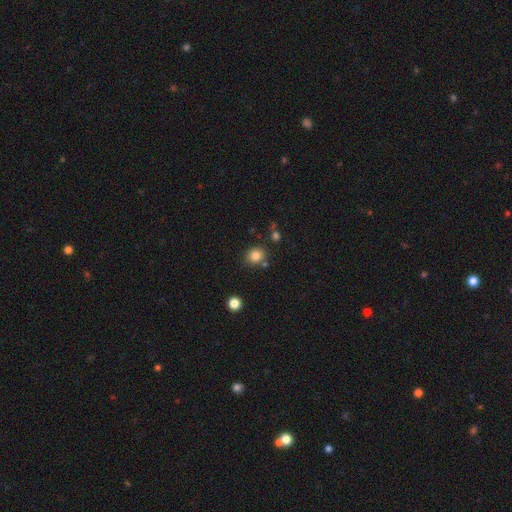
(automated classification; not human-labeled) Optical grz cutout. It shows a smooth galaxy with no disk features (83%) that is round (75%). Merging: none (78%).